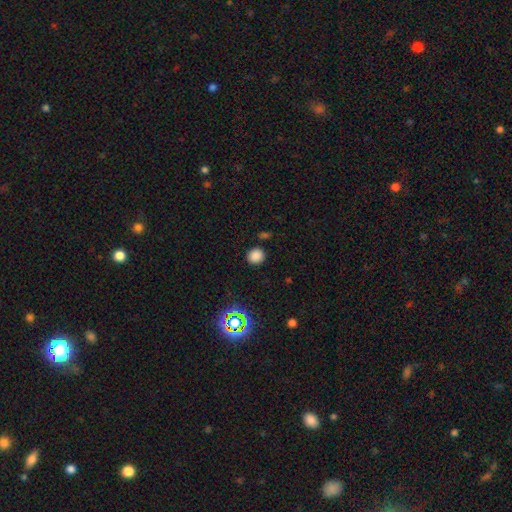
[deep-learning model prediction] smooth-or-featured: smooth: 81% | star or artifact: 15% | featured or disk: 4%
  how-rounded: round: 88% | in between: 11% | cigar-shaped: 1%
  merging: none: 88% | minor disturbance: 7% | merger: 3% | major disturbance: 2%